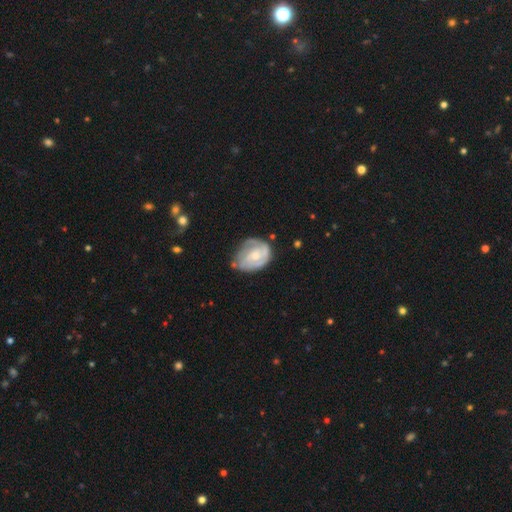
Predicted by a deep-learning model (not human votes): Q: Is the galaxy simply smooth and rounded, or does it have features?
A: featured or disk — 69%.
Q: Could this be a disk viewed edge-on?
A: no — 98%.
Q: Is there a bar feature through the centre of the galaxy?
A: no — 65%.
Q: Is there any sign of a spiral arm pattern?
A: yes — 82%.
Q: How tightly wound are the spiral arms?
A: tight — 56%.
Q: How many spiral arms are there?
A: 2 — 37%.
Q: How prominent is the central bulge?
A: moderate — 47%.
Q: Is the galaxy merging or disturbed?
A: none — 51%.